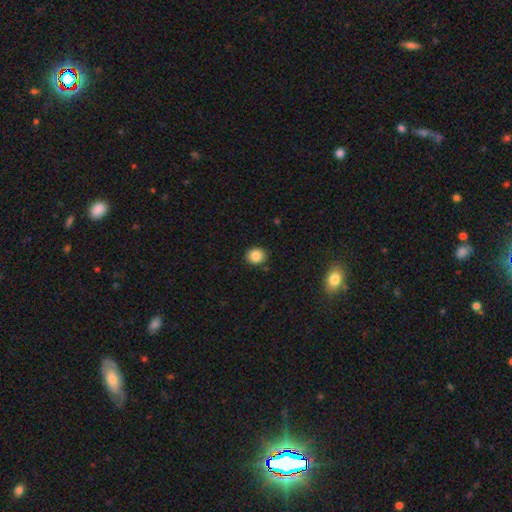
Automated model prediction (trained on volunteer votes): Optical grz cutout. It shows a smooth galaxy with no disk features (85%) that is round (68%). Merging: none (87%).